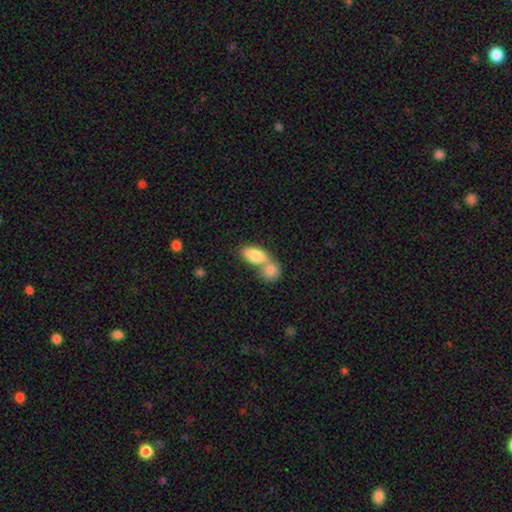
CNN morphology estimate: A smooth galaxy with no disk features (83%) that is in between round and cigar-shaped (88%). Merging: merger (65%).